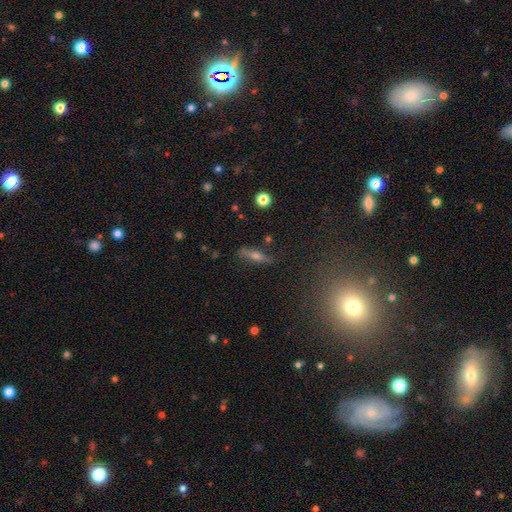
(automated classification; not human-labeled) A featured or disk galaxy (50%) viewed edge-on (85%).

Vote fractions:
- Smooth or featured? featured or disk: 50% / smooth: 37% / star or artifact: 13%
- Edge-on disk? yes: 85% / no: 15%
- Merging? none: 80% / minor disturbance: 13% / major disturbance: 4% / merger: 2%